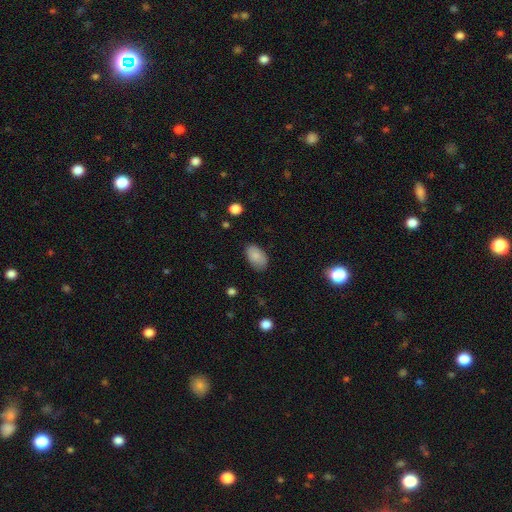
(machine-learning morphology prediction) This appears to be a smooth galaxy with no disk features (85%) that is in between round and cigar-shaped (93%). Merging: none (80%).